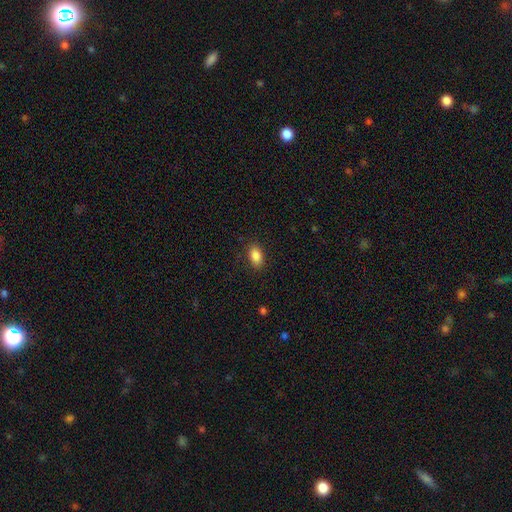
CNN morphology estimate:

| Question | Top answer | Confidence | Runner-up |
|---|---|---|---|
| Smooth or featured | smooth | 87% | star or artifact (8%) |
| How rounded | in between | 90% | round (7%) |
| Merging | none | 87% | minor disturbance (10%) |